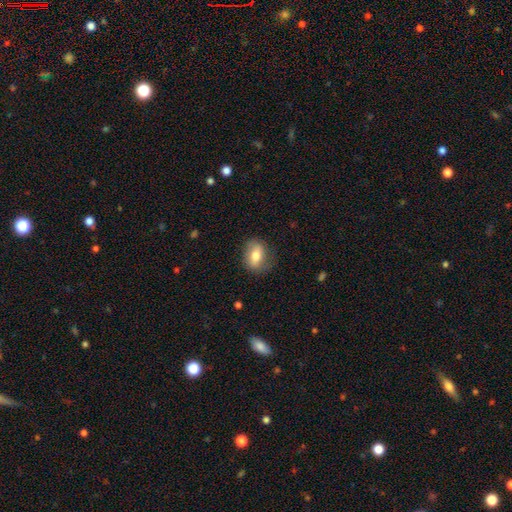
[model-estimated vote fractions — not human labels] Overall: smooth (65%; featured or disk 28%). How rounded: in between (71%). Merging: none (75%).